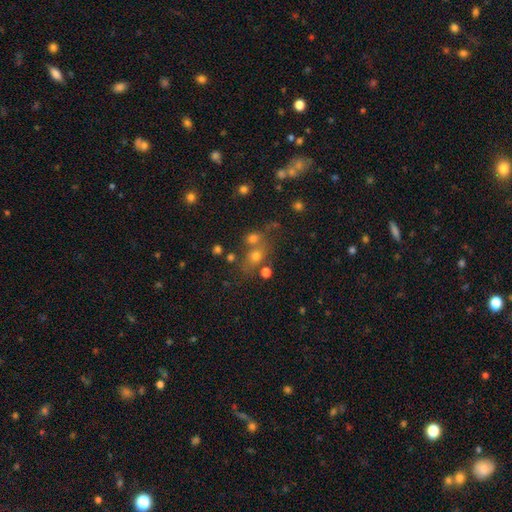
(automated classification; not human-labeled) Morphology: type=smooth (46%); merging=none (50%).